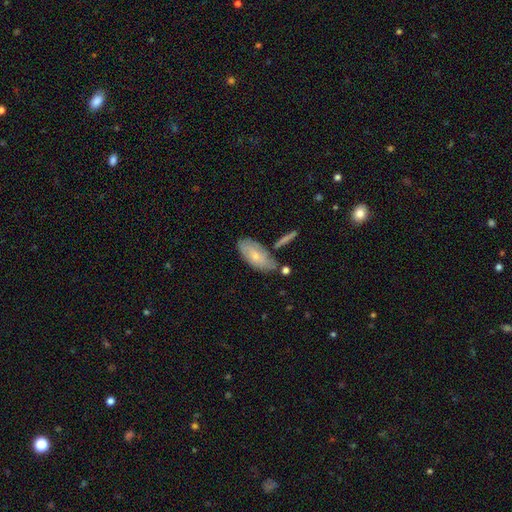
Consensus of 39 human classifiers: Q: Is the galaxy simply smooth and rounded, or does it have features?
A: smooth — 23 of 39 (59%).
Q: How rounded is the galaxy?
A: in between — 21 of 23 (91%).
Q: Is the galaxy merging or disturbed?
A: none — 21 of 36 (58%).